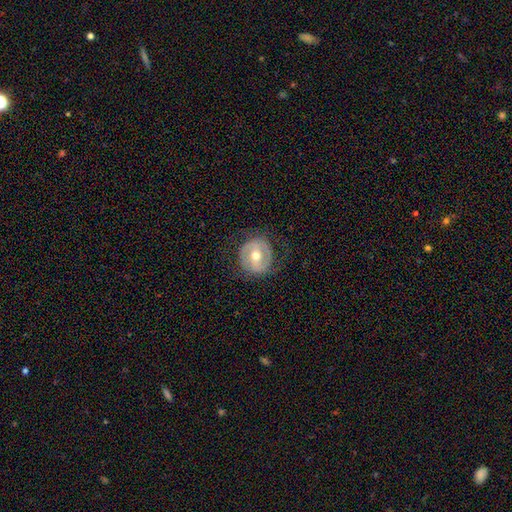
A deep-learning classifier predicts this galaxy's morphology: smooth-or-featured: featured or disk: 68% | smooth: 26% | star or artifact: 6%
  disk-edge-on: no: 96% | yes: 4%
    bar: weak: 41% | strong: 33% | no: 26%
    has-spiral-arms: yes: 64% | no: 36%
    bulge-size: moderate: 73% | small: 22% | large: 3% | none: 1% | dominant: 1%
  merging: none: 77% | minor disturbance: 14% | major disturbance: 8% | merger: 1%